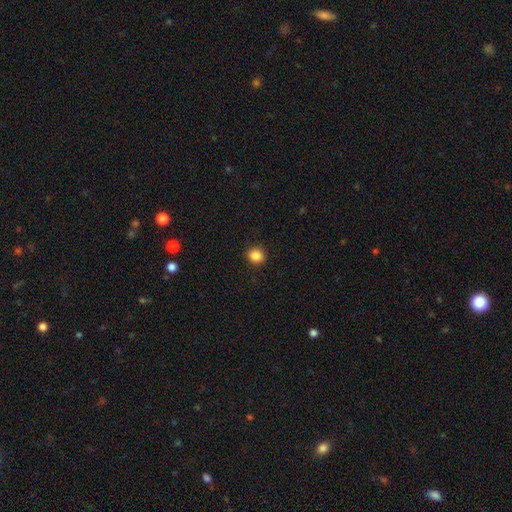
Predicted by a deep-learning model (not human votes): Smooth or featured: smooth — 86% (star or artifact — 10%)
How rounded: round — 82% (in between — 17%)
Merging: none — 91% (minor disturbance — 7%)